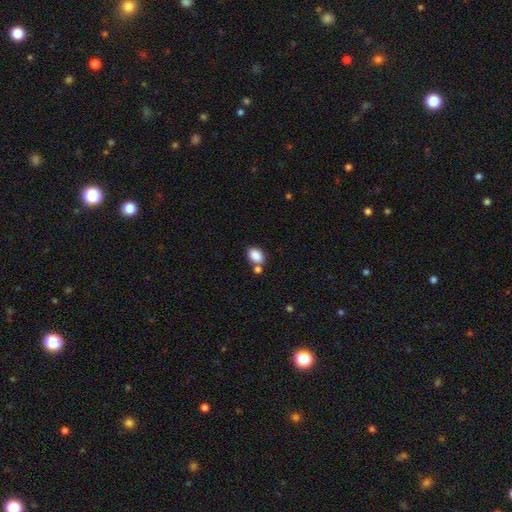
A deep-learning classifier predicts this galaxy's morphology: This is clearly a smooth galaxy (87%). How rounded: likely in between (80%). Merging: possibly none (60%).